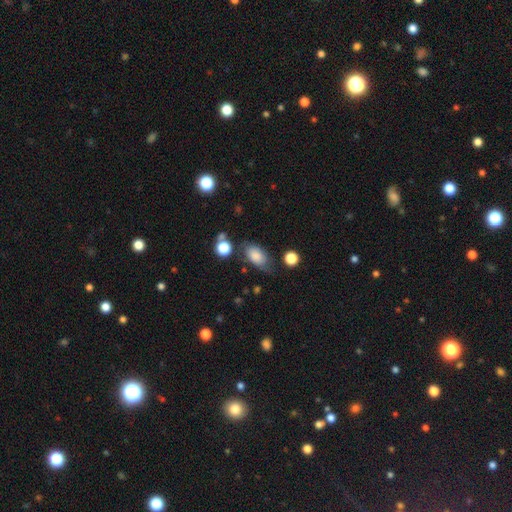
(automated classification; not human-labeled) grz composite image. It shows a smooth galaxy with no disk features (79%) that is in between round and cigar-shaped (89%). Merging: none (59%).